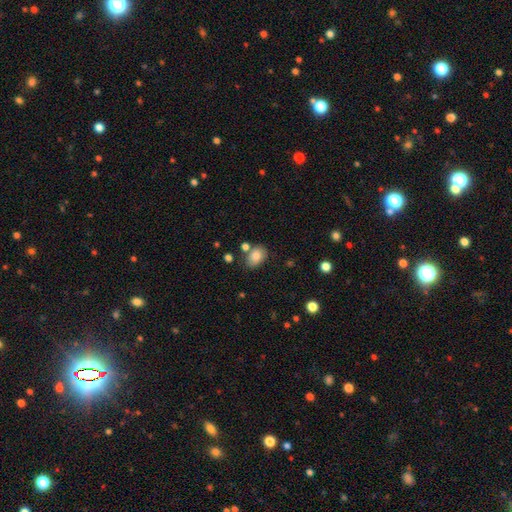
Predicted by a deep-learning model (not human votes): A smooth galaxy with no disk features (81%) that is in between round and cigar-shaped (79%).

Vote fractions:
- Smooth or featured? smooth: 81% / featured or disk: 10% / star or artifact: 9%
- How rounded? in between: 79% / round: 20% / cigar-shaped: 1%
- Merging? none: 67% / minor disturbance: 17% / merger: 11% / major disturbance: 4%